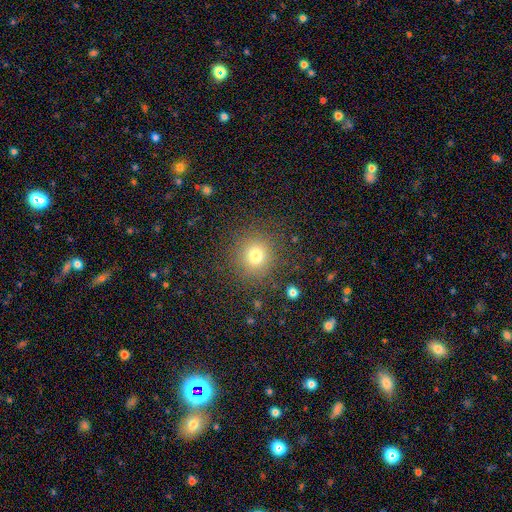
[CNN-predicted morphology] type=smooth (76%); roundness=round (91%); merging=none (86%).